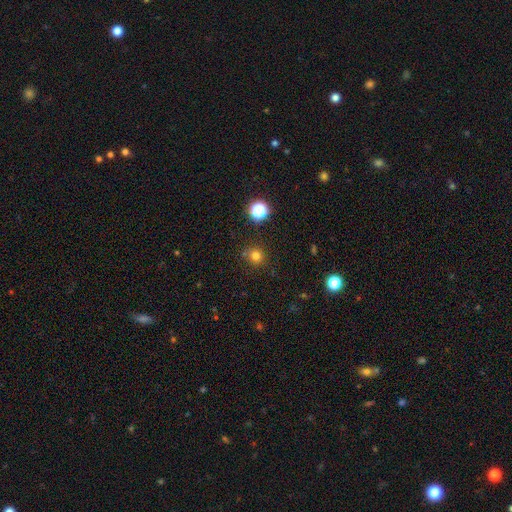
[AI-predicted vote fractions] smooth_or_featured: smooth (p=0.76) [alt: star or artifact p=0.18]
how_rounded: round (p=0.91) [alt: in between p=0.08]
merging: none (p=0.81) [alt: minor disturbance p=0.11]